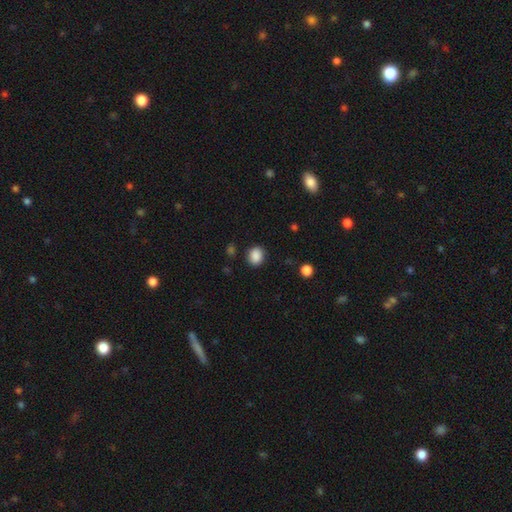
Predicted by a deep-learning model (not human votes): This appears to be a smooth galaxy with no disk features (88%) that is round (67%). Merging: none (87%).